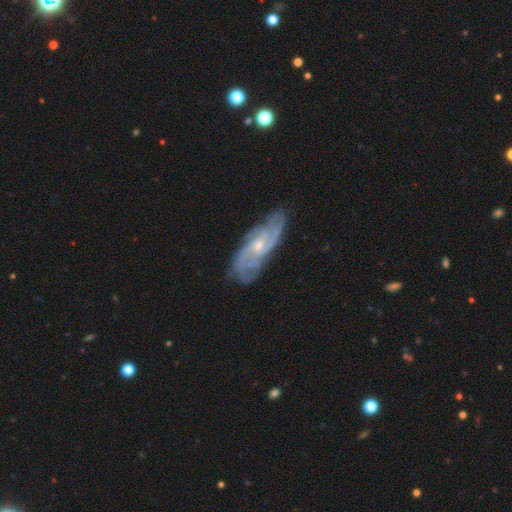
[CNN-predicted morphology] smooth_or_featured: featured or disk (p=0.75) [alt: smooth p=0.15]
disk_edge_on: no (p=0.85) [alt: yes p=0.15]
bar: no (p=0.65) [alt: weak p=0.28]
has_spiral_arms: yes (p=0.92) [alt: no p=0.08]
spiral_winding: tight (p=0.54) [alt: medium p=0.35]
spiral_arm_count: can't tell (p=0.39) [alt: 2 p=0.23]
bulge_size: small (p=0.64) [alt: moderate p=0.32]
merging: none (p=0.81) [alt: minor disturbance p=0.14]